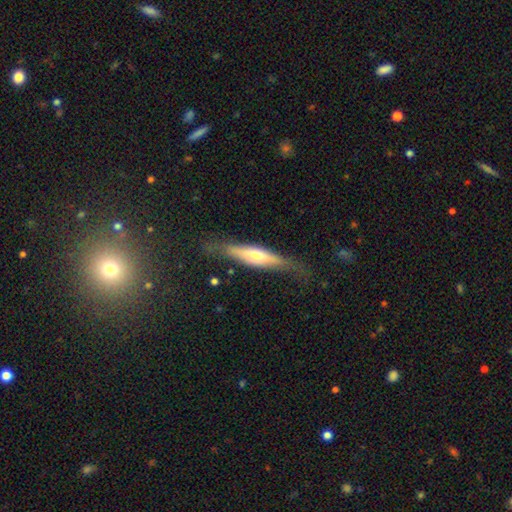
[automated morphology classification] Smooth or featured?
  - featured or disk: 56% *
  - smooth: 39%
  - star or artifact: 6%
Edge-on disk?
  - yes: 87% *
  - no: 13%
Merging?
  - none: 72% *
  - minor disturbance: 19%
  - major disturbance: 8%
  - merger: 2%